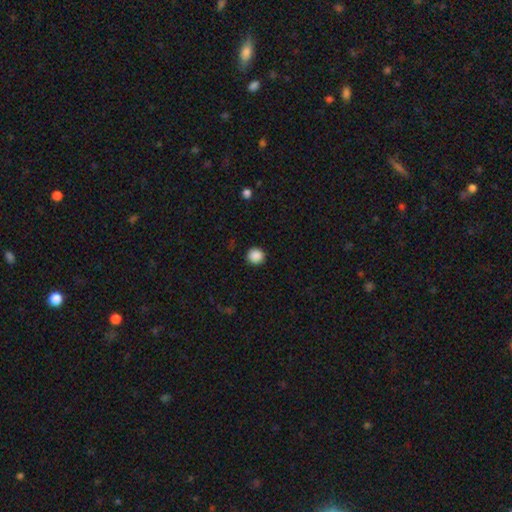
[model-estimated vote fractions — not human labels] Smooth or featured?
  - smooth: 88% *
  - star or artifact: 9%
  - featured or disk: 2%
How rounded?
  - round: 93% *
  - in between: 7%
  - cigar-shaped: 1%
Merging?
  - none: 92% *
  - minor disturbance: 5%
  - major disturbance: 2%
  - merger: 1%